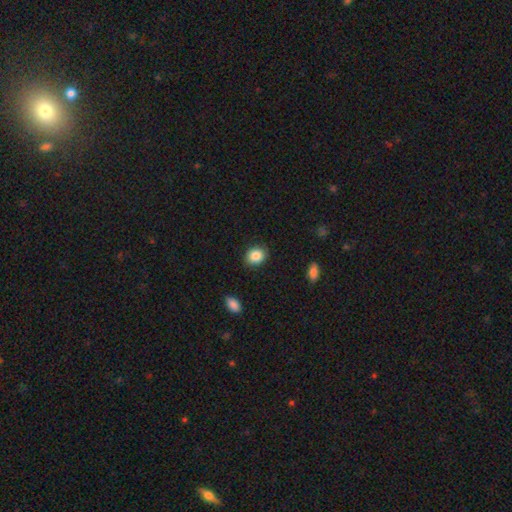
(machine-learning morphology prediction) The model was most divided on "how rounded": round: 57%, in between: 42%, cigar-shaped: 1%. More confident: merging — none (89%); smooth or featured — smooth (87%).